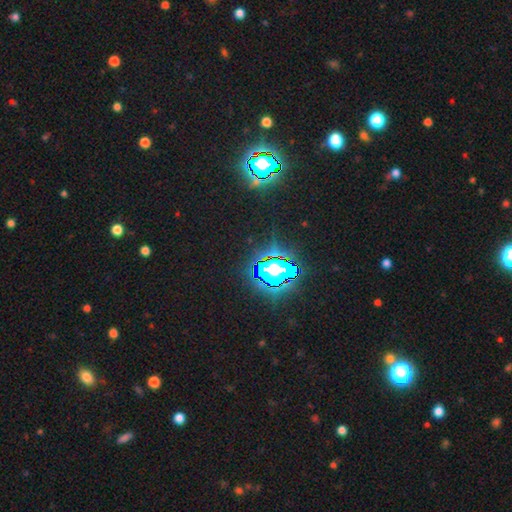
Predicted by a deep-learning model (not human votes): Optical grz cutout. It shows a star or artifact, not a galaxy (83%).